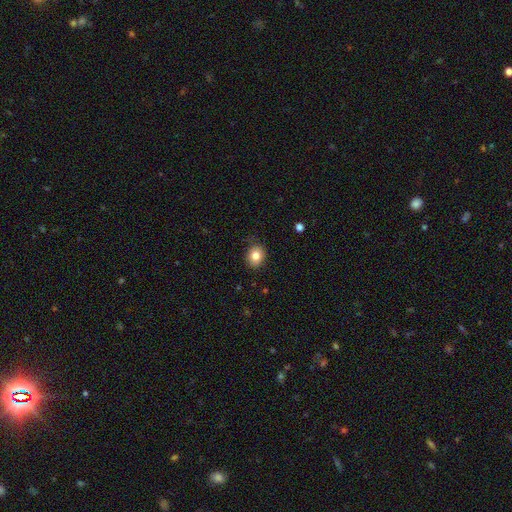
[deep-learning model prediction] Overall: smooth (82%). How rounded: round (65%; in between 34%). Merging: none (83%).